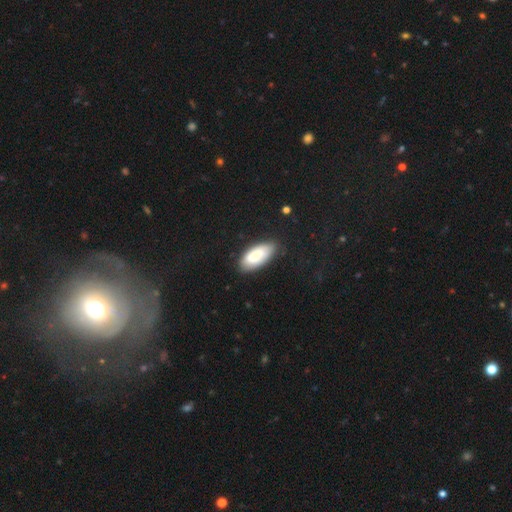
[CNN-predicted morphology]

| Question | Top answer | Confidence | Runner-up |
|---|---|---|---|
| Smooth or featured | smooth | 81% | featured or disk (13%) |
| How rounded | in between | 89% | cigar-shaped (10%) |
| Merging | none | 74% | minor disturbance (20%) |